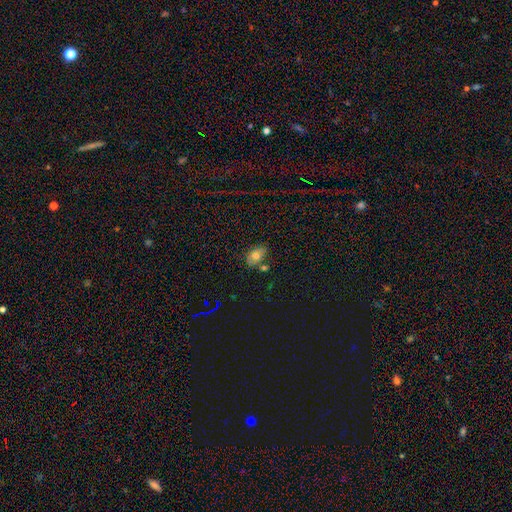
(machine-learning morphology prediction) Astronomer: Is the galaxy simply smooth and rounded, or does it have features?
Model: smooth — 68%.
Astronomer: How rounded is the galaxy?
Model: in between — 79%.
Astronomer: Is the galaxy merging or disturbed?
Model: none — 66%.